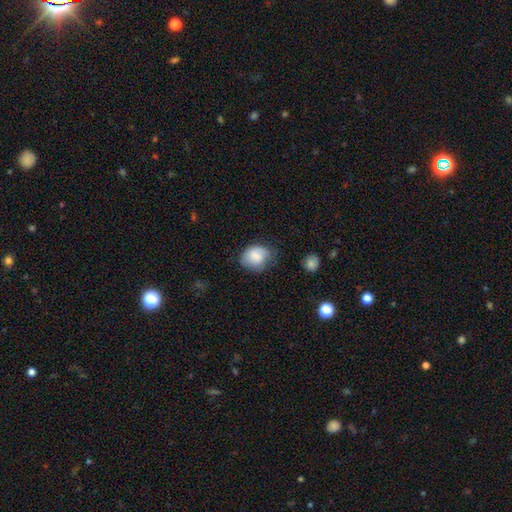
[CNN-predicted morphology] This appears to be a smooth galaxy with no disk features (77%) that is round (55%). Merging: none (51%).